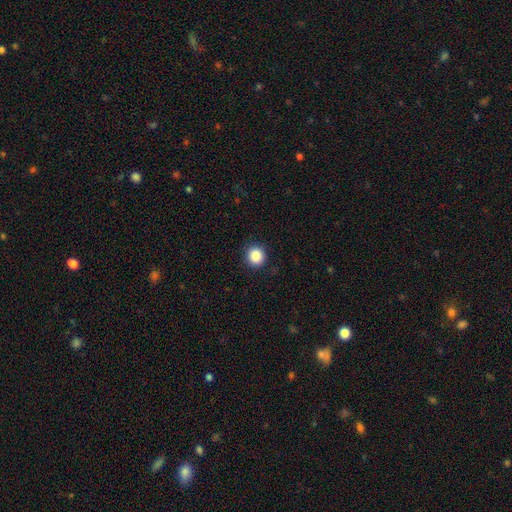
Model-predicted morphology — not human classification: Smooth or featured?
  - smooth: 87% *
  - star or artifact: 10%
  - featured or disk: 3%
How rounded?
  - round: 90% *
  - in between: 9%
  - cigar-shaped: 1%
Merging?
  - none: 91% *
  - minor disturbance: 6%
  - major disturbance: 2%
  - merger: 1%